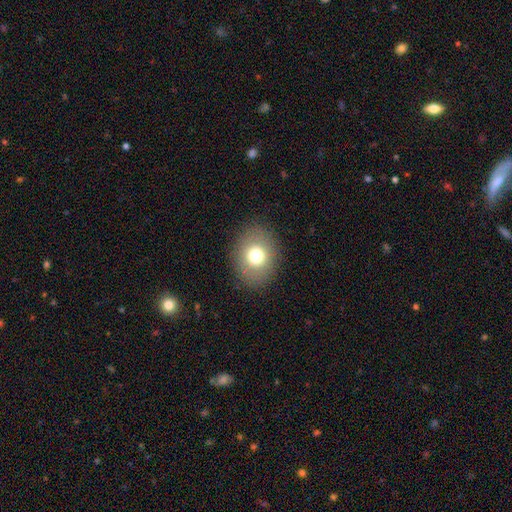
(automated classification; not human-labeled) Smooth or featured?
  - smooth: 75% *
  - featured or disk: 15%
  - star or artifact: 10%
How rounded?
  - round: 55% *
  - in between: 44%
  - cigar-shaped: 1%
Merging?
  - none: 88% *
  - minor disturbance: 8%
  - major disturbance: 3%
  - merger: 1%